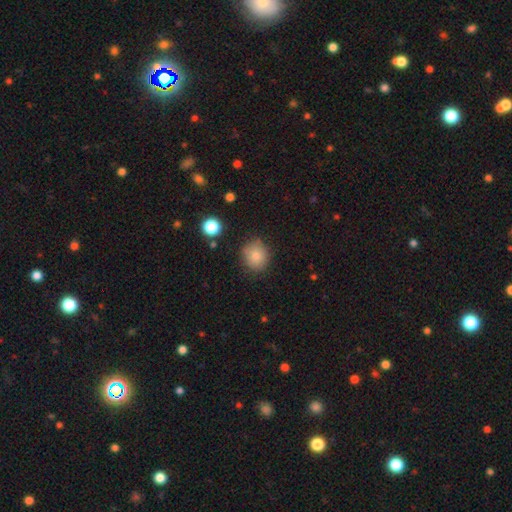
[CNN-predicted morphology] A smooth galaxy with no disk features (82%) that is round (81%). Merging: none (78%).